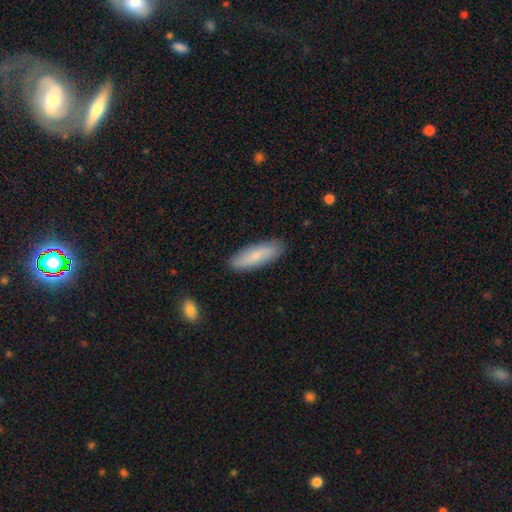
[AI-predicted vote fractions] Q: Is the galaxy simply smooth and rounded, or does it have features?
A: smooth — 75%.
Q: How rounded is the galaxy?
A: cigar-shaped — 50%.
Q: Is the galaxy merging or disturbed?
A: none — 87%.